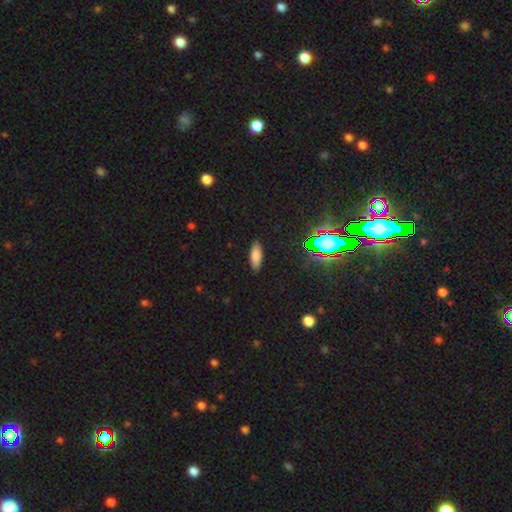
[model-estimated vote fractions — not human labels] The model was most divided on "how rounded": in between: 70%, cigar-shaped: 27%, round: 2%. More confident: merging — none (88%); smooth or featured — smooth (78%).